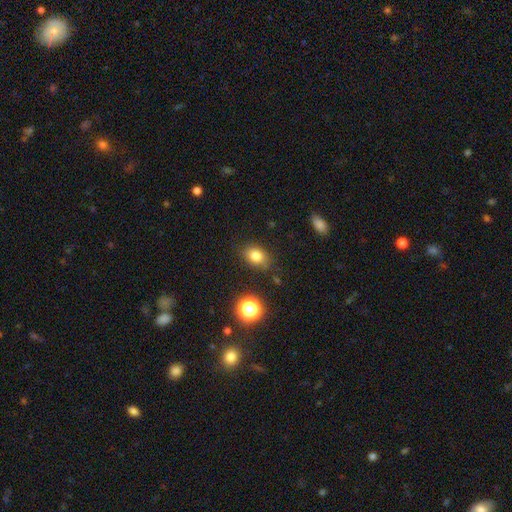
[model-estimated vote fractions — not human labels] A smooth galaxy with no disk features (80%) that is in between round and cigar-shaped (67%). Merging: none (82%).